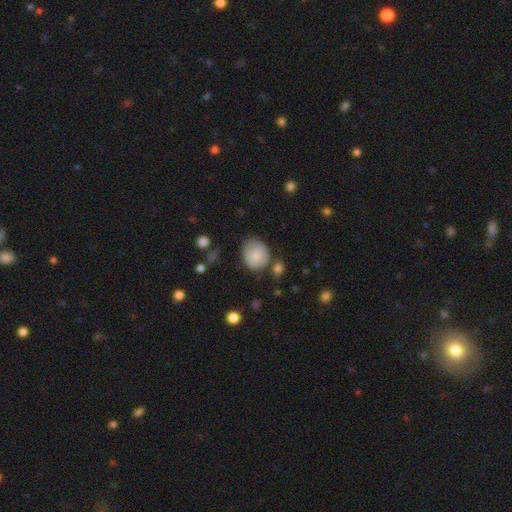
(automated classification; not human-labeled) smooth_or_featured: smooth (p=0.78) [alt: featured or disk p=0.15]
how_rounded: round (p=0.63) [alt: in between p=0.36]
merging: none (p=0.58) [alt: minor disturbance p=0.26]